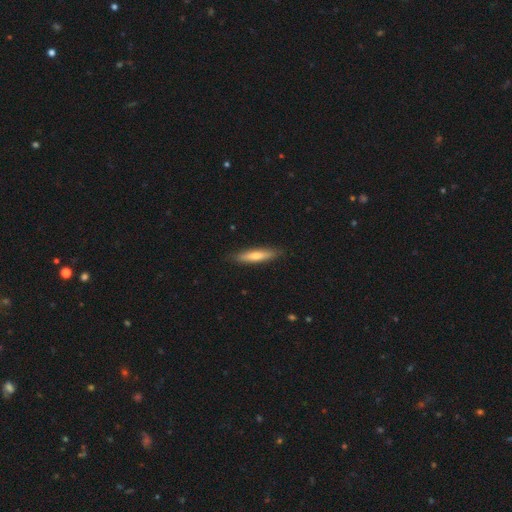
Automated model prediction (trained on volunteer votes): Q: Smooth or featured?
A: smooth (61%); runner-up: featured or disk (33%)
Q: How rounded?
A: cigar-shaped (85%); runner-up: in between (13%)
Q: Merging?
A: none (89%); runner-up: minor disturbance (9%)